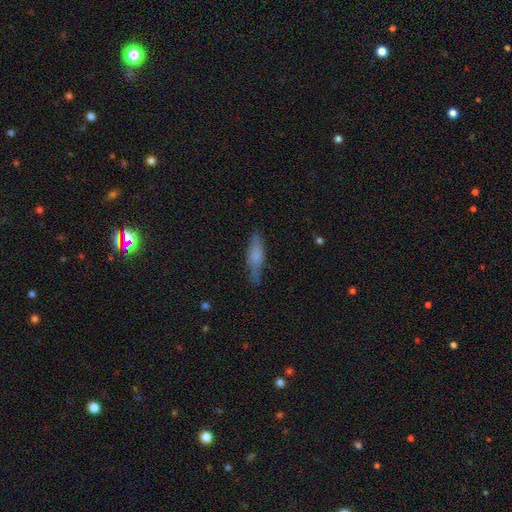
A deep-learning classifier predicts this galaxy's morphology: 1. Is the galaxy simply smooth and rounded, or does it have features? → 62% smooth, 31% featured or disk, 8% star or artifact.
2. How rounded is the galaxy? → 68% cigar-shaped, 30% in between, 2% round.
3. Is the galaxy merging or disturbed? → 69% none, 23% minor disturbance, 6% major disturbance, 2% merger.